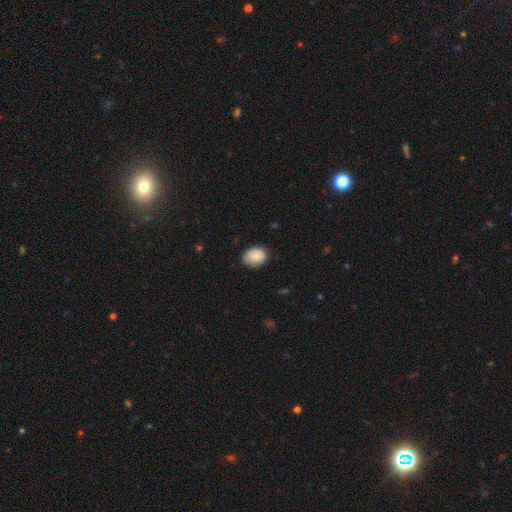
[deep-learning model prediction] A smooth galaxy with no disk features (86%) that is in between round and cigar-shaped (67%). Merging: none (72%).